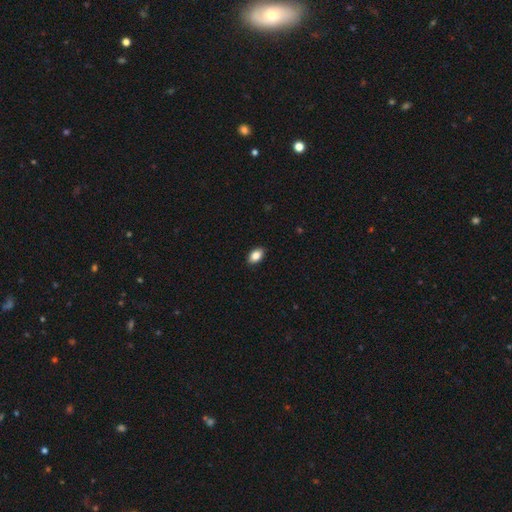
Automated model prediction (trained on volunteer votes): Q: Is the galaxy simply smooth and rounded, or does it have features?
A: smooth — 86%.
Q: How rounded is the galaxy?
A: in between — 90%.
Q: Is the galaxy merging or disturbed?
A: none — 89%.